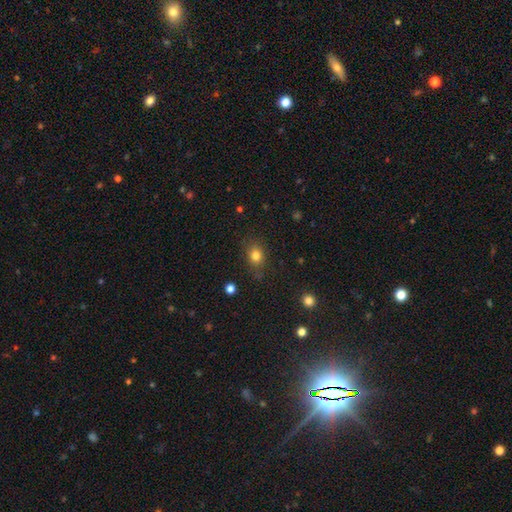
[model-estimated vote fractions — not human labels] Smooth or featured? Predicted: smooth (p=0.81). How rounded? Predicted: round (p=0.52). Merging? Predicted: none (p=0.80).